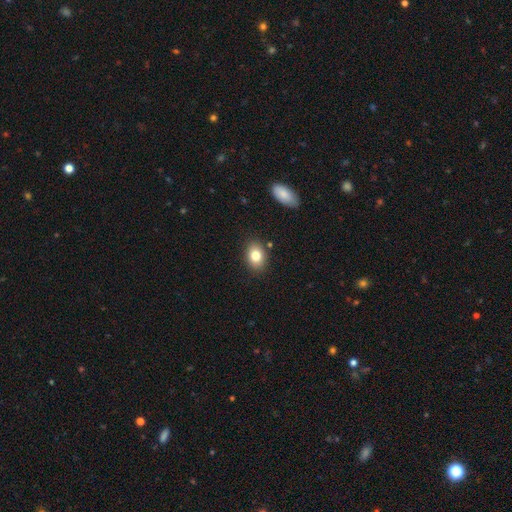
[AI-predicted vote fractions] A smooth galaxy with no disk features (81%) that is in between round and cigar-shaped (70%).

Vote fractions:
- Smooth or featured? smooth: 81% / featured or disk: 10% / star or artifact: 9%
- How rounded? in between: 70% / round: 29% / cigar-shaped: 1%
- Merging? none: 85% / minor disturbance: 10% / merger: 3% / major disturbance: 2%